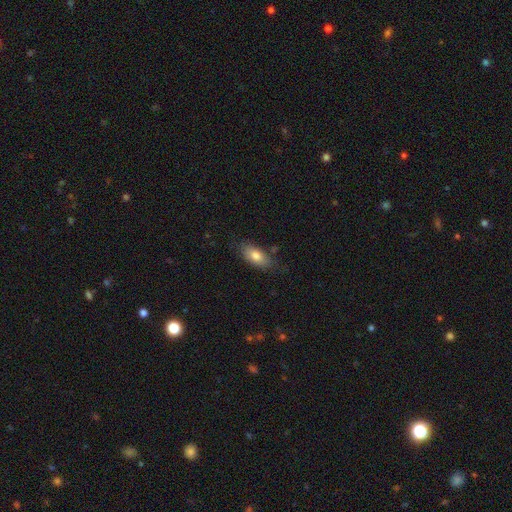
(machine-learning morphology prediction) This is likely a smooth galaxy (78%). How rounded: clearly in between (88%). Merging: likely none (74%).